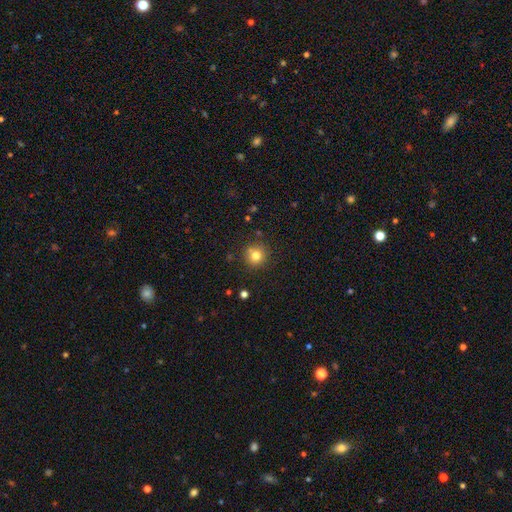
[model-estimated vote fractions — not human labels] smooth-or-featured: smooth: 78% | star or artifact: 14% | featured or disk: 8%
  how-rounded: round: 93% | in between: 6% | cigar-shaped: 1%
  merging: none: 82% | minor disturbance: 9% | merger: 6% | major disturbance: 3%